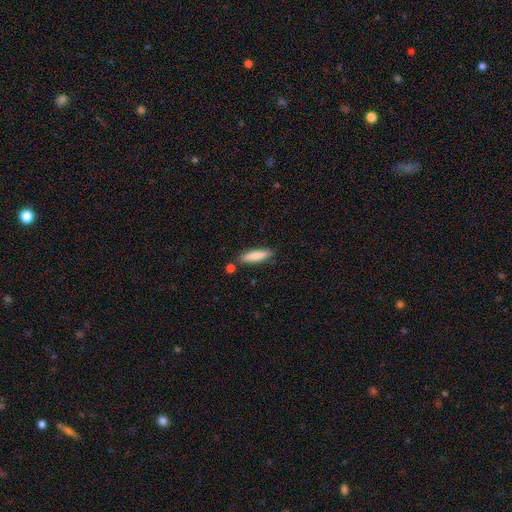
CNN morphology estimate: Smooth or featured? smooth (83%)
How rounded? cigar-shaped (74%)
Merging? none (83%)